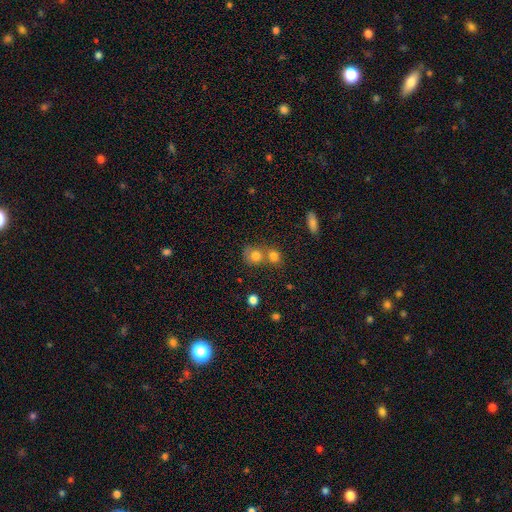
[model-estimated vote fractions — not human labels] A smooth galaxy with no disk features (77%) that is round (78%). Merging: merger (50%).